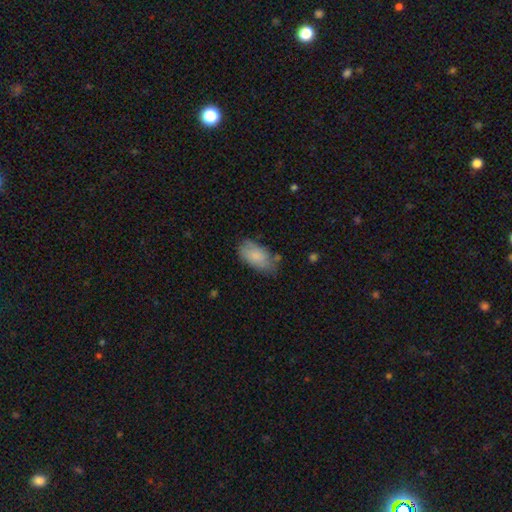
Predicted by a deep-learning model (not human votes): This is clearly a smooth galaxy (83%). How rounded: clearly in between (93%). Merging: likely none (63%).